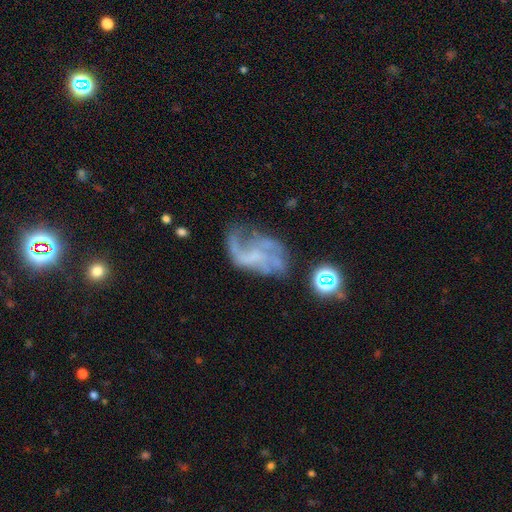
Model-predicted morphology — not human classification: Q: Smooth or featured?
A: featured or disk (70%); runner-up: smooth (16%)
Q: Edge-on disk?
A: no (97%); runner-up: yes (3%)
Q: Bar?
A: no (65%); runner-up: weak (28%)
Q: Spiral arms?
A: yes (75%); runner-up: no (25%)
Q: Spiral winding?
A: loose (56%); runner-up: medium (31%)
Q: Spiral arm count?
A: 2 (30%); runner-up: can't tell (28%)
Q: Bulge size?
A: none (63%); runner-up: small (23%)
Q: Merging?
A: none (40%); runner-up: major disturbance (33%)